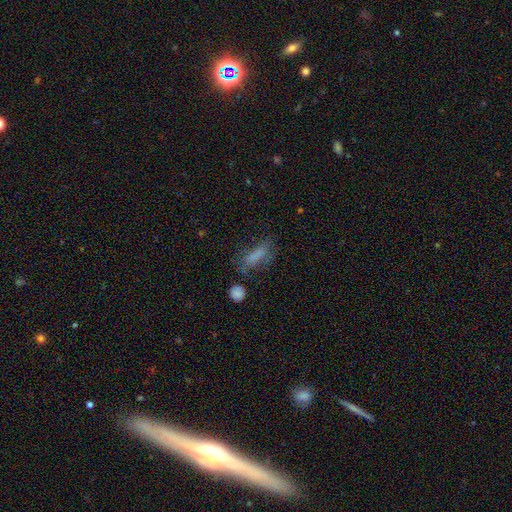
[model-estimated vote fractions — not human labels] Overall: smooth (67%). How rounded: in between (52%; cigar-shaped 44%). Merging: none (47%; minor disturbance 24%).